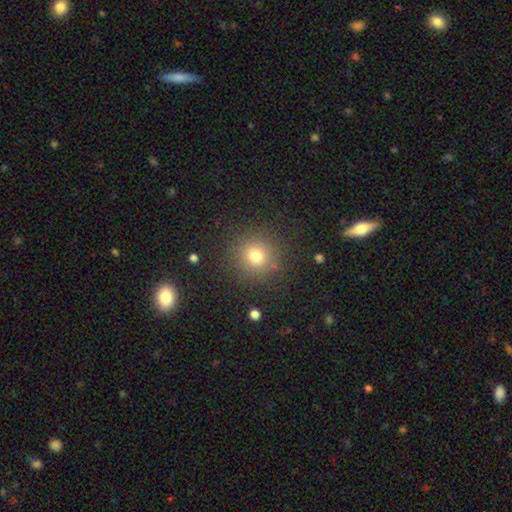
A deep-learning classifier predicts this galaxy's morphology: The model was most divided on "smooth or featured": smooth: 75%, star or artifact: 17%, featured or disk: 8%. More confident: how rounded — round (93%); merging — none (88%).